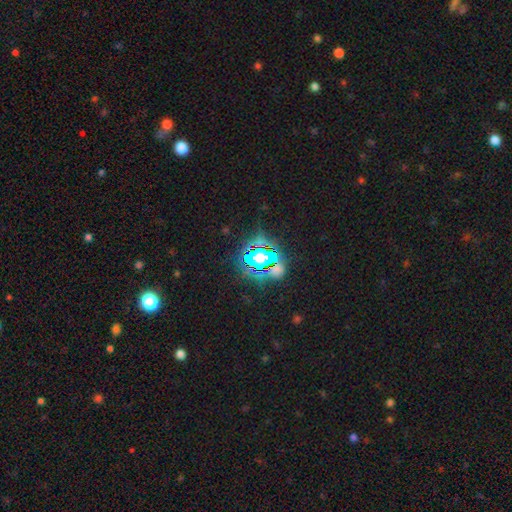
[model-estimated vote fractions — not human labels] Smooth or featured? star or artifact (74%)